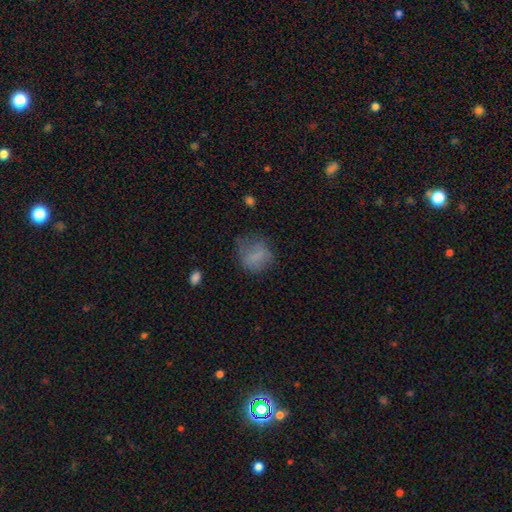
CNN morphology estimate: Overall: smooth (72%). How rounded: round (67%; in between 32%). Merging: none (52%; minor disturbance 27%).